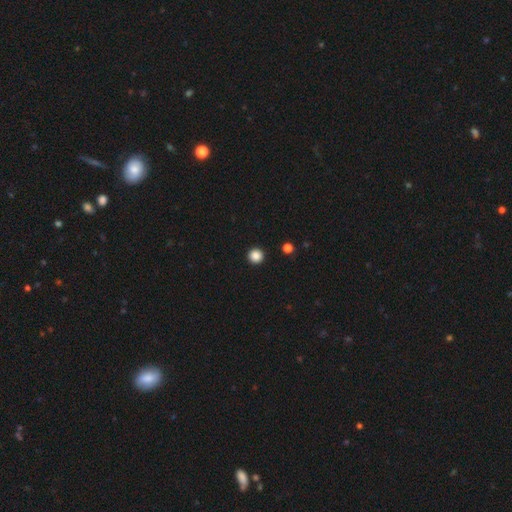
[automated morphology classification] smooth 87%, star or artifact 11%, featured or disk 3%. Down the decision tree: how rounded — round (96%); merging — none (94%).